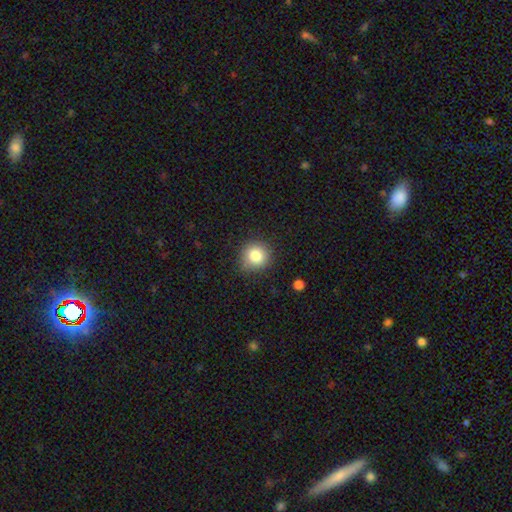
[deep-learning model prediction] Smooth or featured?
  - smooth: 83% *
  - star or artifact: 10%
  - featured or disk: 7%
How rounded?
  - round: 89% *
  - in between: 10%
  - cigar-shaped: 1%
Merging?
  - none: 84% *
  - minor disturbance: 12%
  - major disturbance: 3%
  - merger: 1%